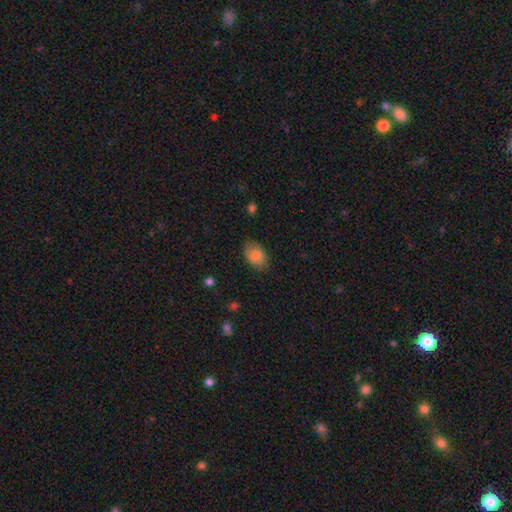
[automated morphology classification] Overall: smooth (82%). How rounded: in between (86%). Merging: none (79%).